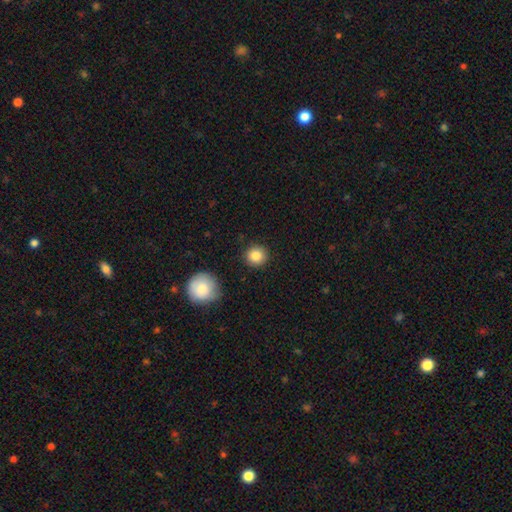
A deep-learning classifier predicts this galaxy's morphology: A smooth galaxy with no disk features (85%) that is round (92%).

Vote fractions:
- Smooth or featured? smooth: 85% / star or artifact: 9% / featured or disk: 6%
- How rounded? round: 92% / in between: 7% / cigar-shaped: 1%
- Merging? none: 90% / minor disturbance: 6% / major disturbance: 2% / merger: 2%